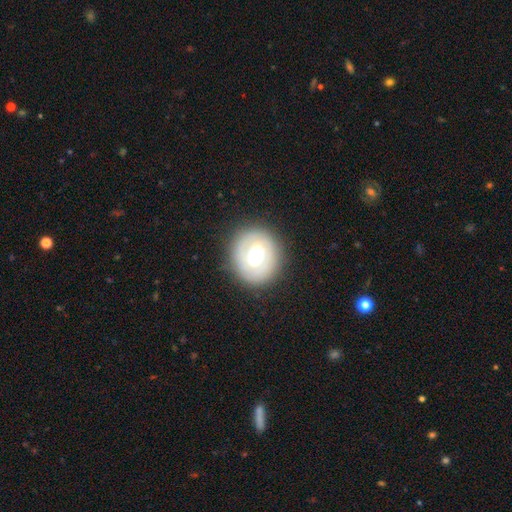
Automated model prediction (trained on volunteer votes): featured or disk 51%, smooth 40%, star or artifact 8%. Down the decision tree: edge-on disk — no (95%); merging — none (81%).